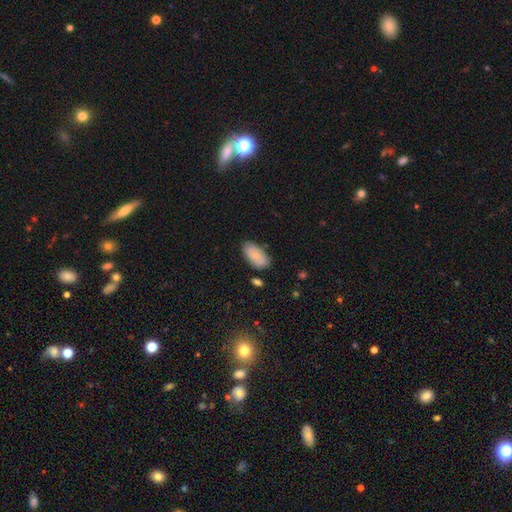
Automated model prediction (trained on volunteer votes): Smooth or featured? Predicted: smooth (p=0.76). How rounded? Predicted: in between (p=0.94). Merging? Predicted: none (p=0.75).